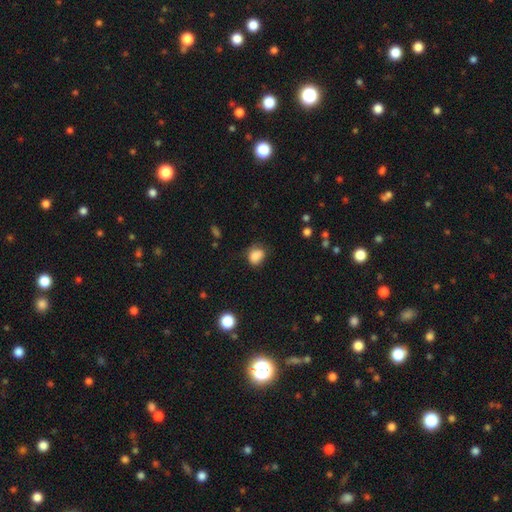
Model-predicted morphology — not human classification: Smooth or featured?
  - smooth: 85% *
  - star or artifact: 10%
  - featured or disk: 6%
How rounded?
  - round: 54% *
  - in between: 45%
  - cigar-shaped: 1%
Merging?
  - none: 63% *
  - minor disturbance: 27%
  - major disturbance: 7%
  - merger: 2%